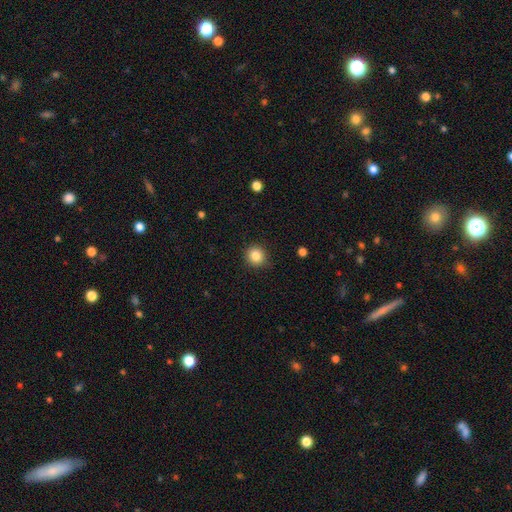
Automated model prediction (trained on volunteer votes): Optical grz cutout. It shows a smooth galaxy with no disk features (85%) that is round (91%). Merging: none (89%).